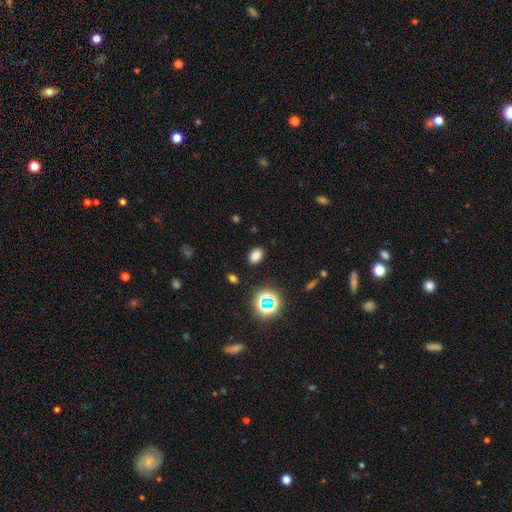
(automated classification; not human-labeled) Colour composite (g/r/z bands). It shows a smooth galaxy with no disk features (75%) that is in between round and cigar-shaped (76%). Merging: none (87%).